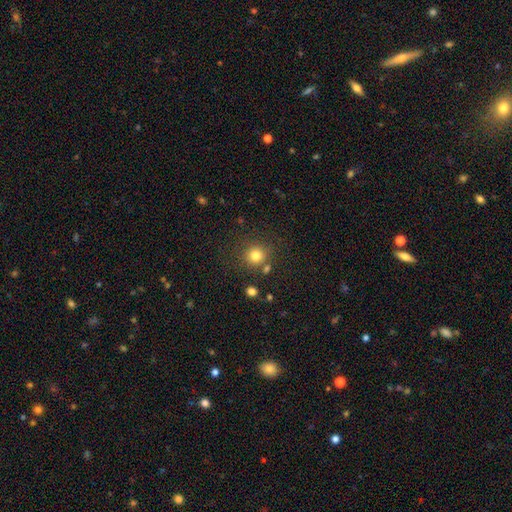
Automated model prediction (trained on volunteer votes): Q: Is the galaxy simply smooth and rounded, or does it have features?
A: smooth — 80%.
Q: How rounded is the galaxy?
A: round — 91%.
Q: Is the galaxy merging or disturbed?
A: none — 79%.